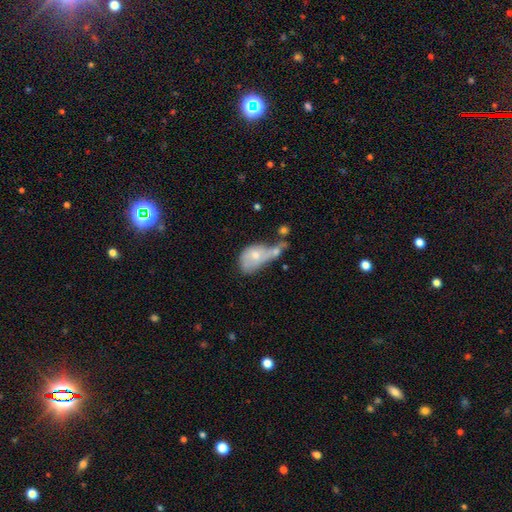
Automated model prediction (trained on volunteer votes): Overall: smooth (60%; featured or disk 32%). How rounded: in between (79%). Merging: merger (51%; major disturbance 24%).